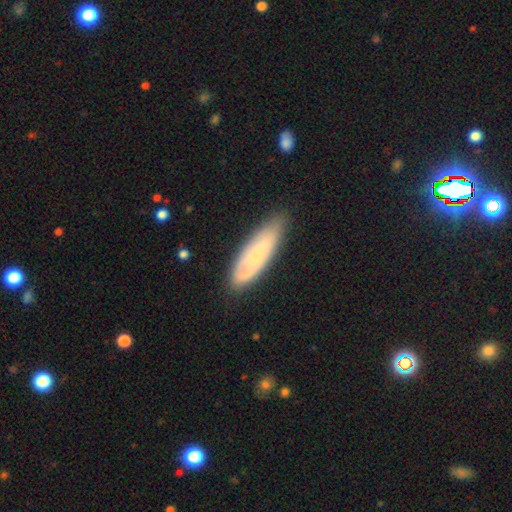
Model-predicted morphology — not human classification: Smooth or featured? Predicted: smooth (p=0.50). Merging? Predicted: none (p=0.74).